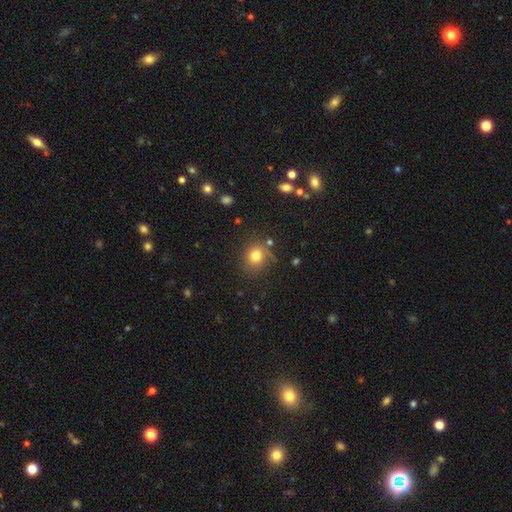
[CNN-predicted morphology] A smooth galaxy with no disk features (77%) that is round (77%). Merging: none (76%).